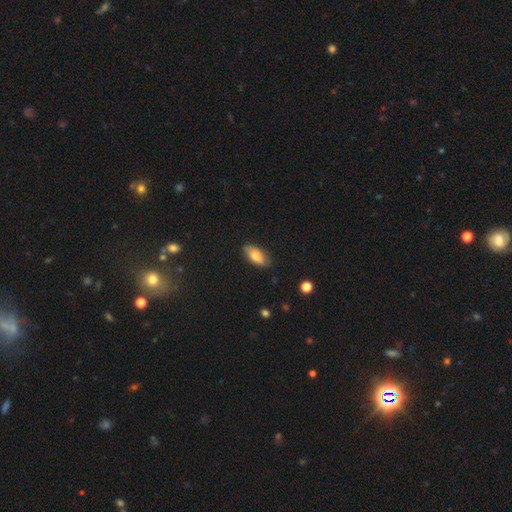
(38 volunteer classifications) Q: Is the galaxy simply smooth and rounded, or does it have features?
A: smooth — 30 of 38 (79%).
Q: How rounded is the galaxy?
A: in between — 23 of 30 (77%).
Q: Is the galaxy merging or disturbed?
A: none — 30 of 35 (86%).